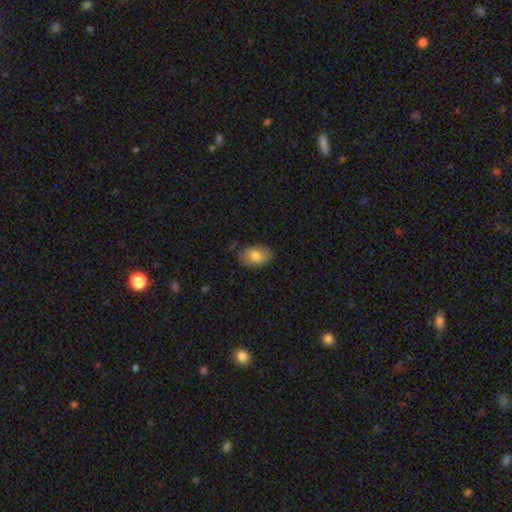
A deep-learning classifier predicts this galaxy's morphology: A smooth galaxy with no disk features (77%) that is in between round and cigar-shaped (86%). Merging: none (79%).